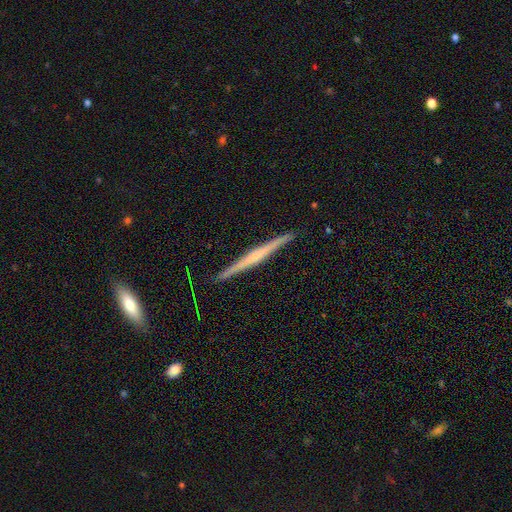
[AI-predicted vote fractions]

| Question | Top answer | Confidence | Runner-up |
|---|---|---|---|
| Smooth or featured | featured or disk | 71% | smooth (23%) |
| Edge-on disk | yes | 98% | no (2%) |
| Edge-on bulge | rounded | 46% | none (41%) |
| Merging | none | 90% | minor disturbance (7%) |